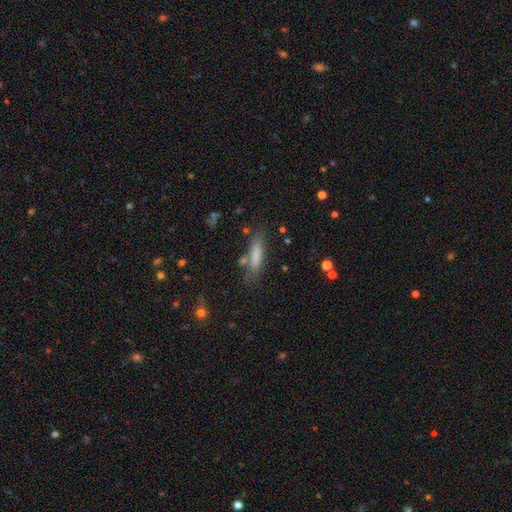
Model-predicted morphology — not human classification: Smooth or featured?
  - smooth: 76% *
  - featured or disk: 16%
  - star or artifact: 8%
How rounded?
  - cigar-shaped: 76% *
  - in between: 22%
  - round: 2%
Merging?
  - none: 72% *
  - minor disturbance: 16%
  - merger: 7%
  - major disturbance: 5%